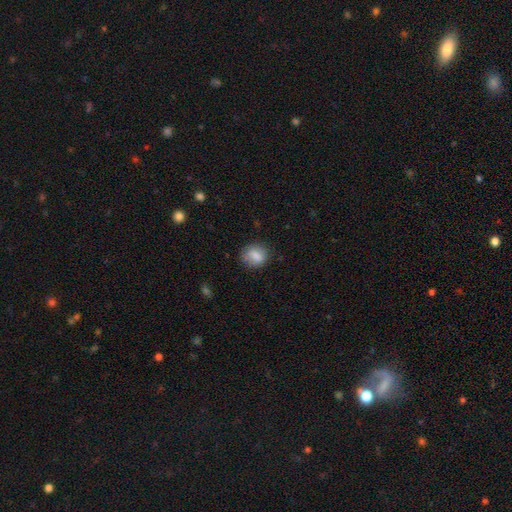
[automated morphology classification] Overall: smooth (77%). How rounded: round (64%; in between 34%). Merging: none (78%).